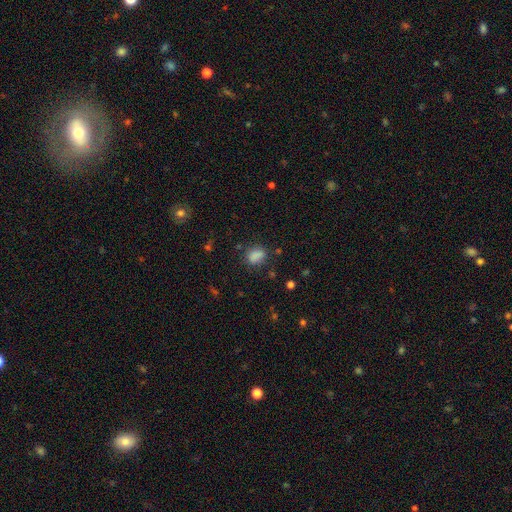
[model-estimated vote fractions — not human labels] A smooth galaxy with no disk features (83%) that is in between round and cigar-shaped (72%).

Vote fractions:
- Smooth or featured? smooth: 83% / star or artifact: 11% / featured or disk: 6%
- How rounded? in between: 72% / round: 26% / cigar-shaped: 3%
- Merging? none: 74% / minor disturbance: 17% / major disturbance: 6% / merger: 4%